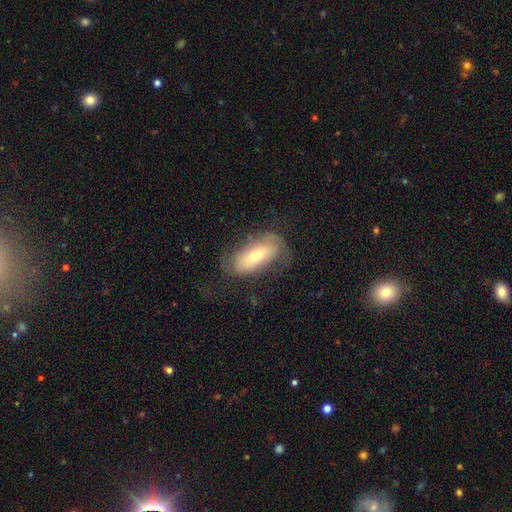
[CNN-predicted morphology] Smooth or featured?
  - featured or disk: 47% *
  - smooth: 45%
  - star or artifact: 7%
Merging?
  - none: 59% *
  - minor disturbance: 22%
  - major disturbance: 17%
  - merger: 2%